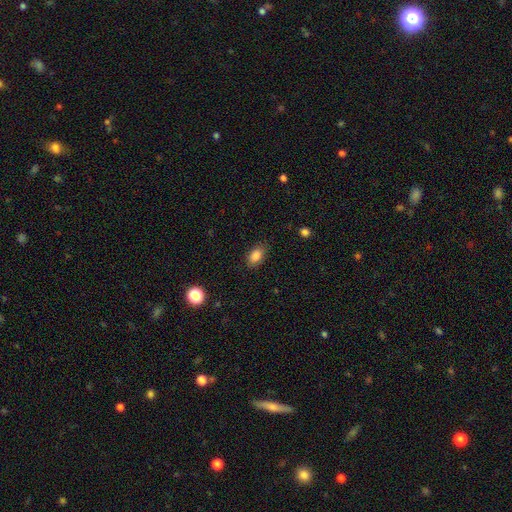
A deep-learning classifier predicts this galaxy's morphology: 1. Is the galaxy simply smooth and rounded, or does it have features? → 85% smooth, 9% star or artifact, 5% featured or disk.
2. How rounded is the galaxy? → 87% in between, 11% round, 2% cigar-shaped.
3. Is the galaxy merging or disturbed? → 82% none, 13% minor disturbance, 3% major disturbance, 1% merger.